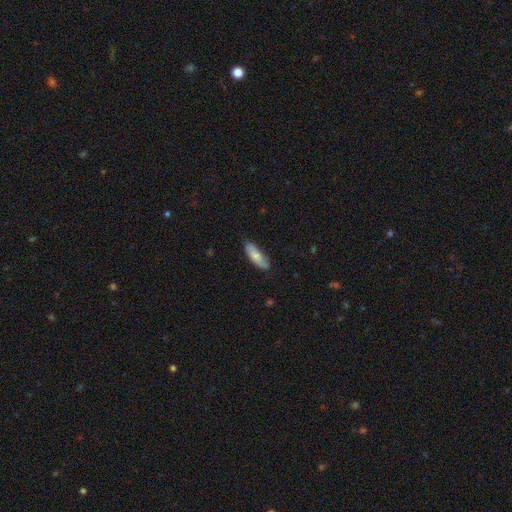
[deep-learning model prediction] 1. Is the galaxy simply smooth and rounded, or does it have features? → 73% smooth, 21% featured or disk, 6% star or artifact.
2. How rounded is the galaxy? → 60% in between, 39% cigar-shaped, 2% round.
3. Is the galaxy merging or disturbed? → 74% none, 20% minor disturbance, 4% major disturbance, 1% merger.